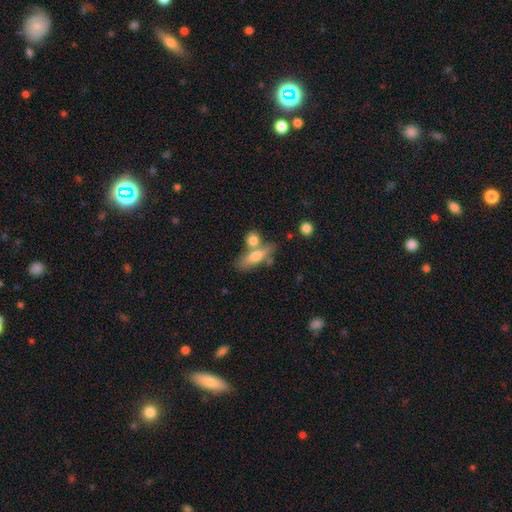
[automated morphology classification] smooth 59%, featured or disk 33%, star or artifact 7%. Down the decision tree: how rounded — cigar-shaped (49%); merging — none (49%).